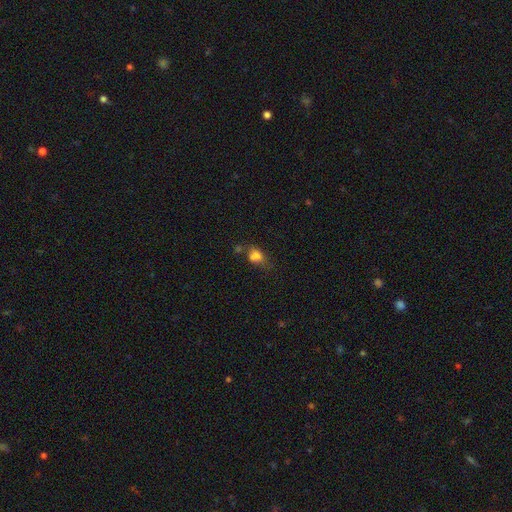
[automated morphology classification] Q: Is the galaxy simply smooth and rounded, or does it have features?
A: smooth — 74%.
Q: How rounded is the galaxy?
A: in between — 62%.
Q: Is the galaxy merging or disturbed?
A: none — 36%.